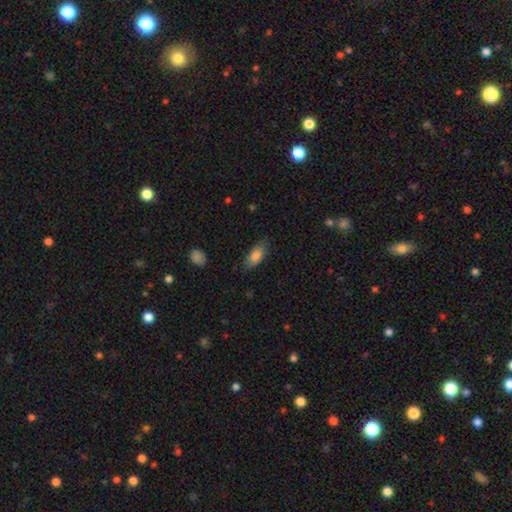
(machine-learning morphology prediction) Smooth or featured? Predicted: smooth (p=0.81). How rounded? Predicted: in between (p=0.84). Merging? Predicted: none (p=0.77).